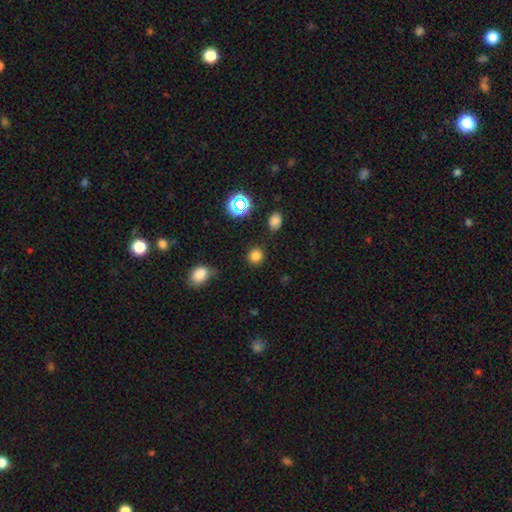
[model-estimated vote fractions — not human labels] Smooth or featured?
  - smooth: 79% *
  - star or artifact: 16%
  - featured or disk: 5%
How rounded?
  - round: 86% *
  - in between: 13%
  - cigar-shaped: 1%
Merging?
  - none: 84% *
  - minor disturbance: 10%
  - major disturbance: 3%
  - merger: 3%